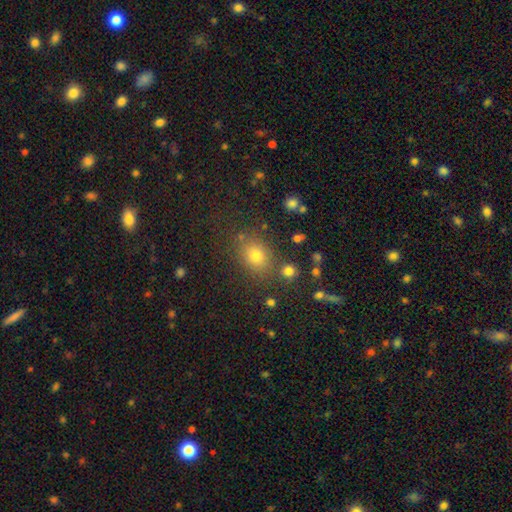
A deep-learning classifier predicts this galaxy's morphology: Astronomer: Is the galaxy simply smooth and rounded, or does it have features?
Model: smooth — 73%.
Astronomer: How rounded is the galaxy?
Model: in between — 51% (runner-up: round, 48%).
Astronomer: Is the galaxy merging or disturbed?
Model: none — 78%.